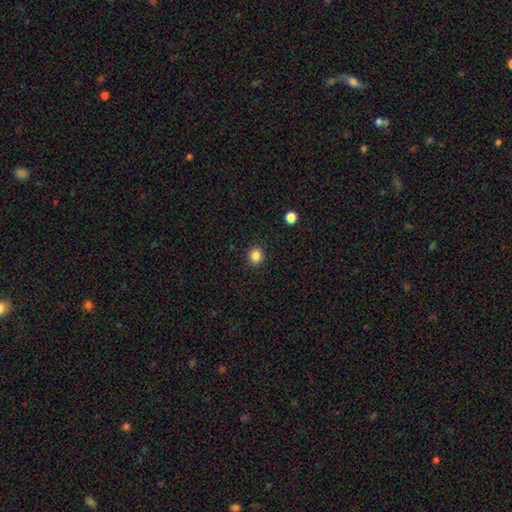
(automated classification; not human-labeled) smooth 84%, star or artifact 11%, featured or disk 4%. Down the decision tree: how rounded — round (89%); merging — none (92%).